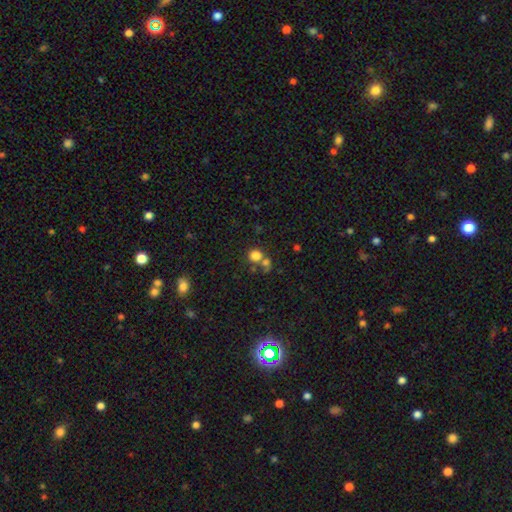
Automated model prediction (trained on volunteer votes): Smooth or featured? smooth (79%)
How rounded? round (83%)
Merging? none (51%)